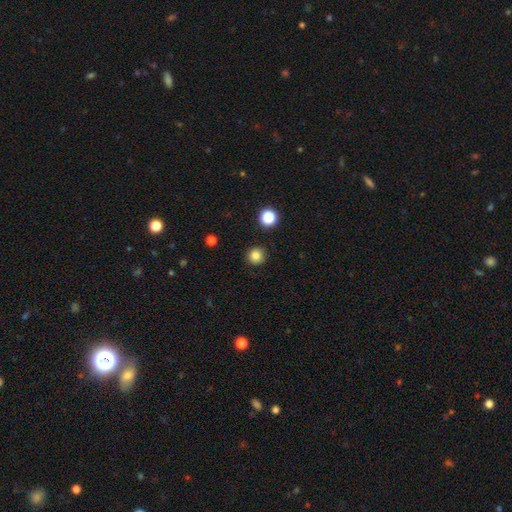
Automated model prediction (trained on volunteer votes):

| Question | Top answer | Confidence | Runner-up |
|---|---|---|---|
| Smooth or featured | smooth | 84% | star or artifact (12%) |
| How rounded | round | 95% | in between (4%) |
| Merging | none | 91% | minor disturbance (5%) |